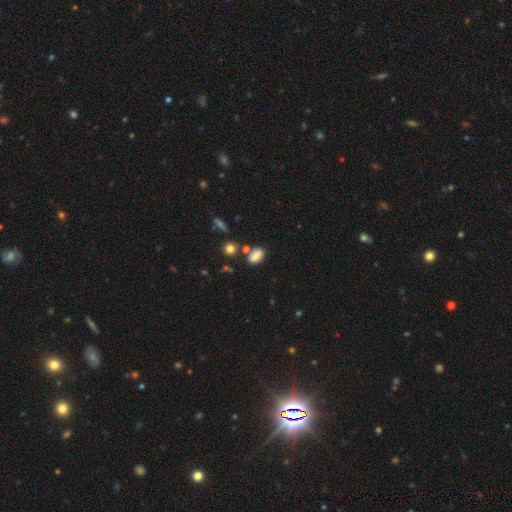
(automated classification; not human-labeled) This is clearly a smooth galaxy (80%). How rounded: clearly in between (85%). Merging: likely none (67%).